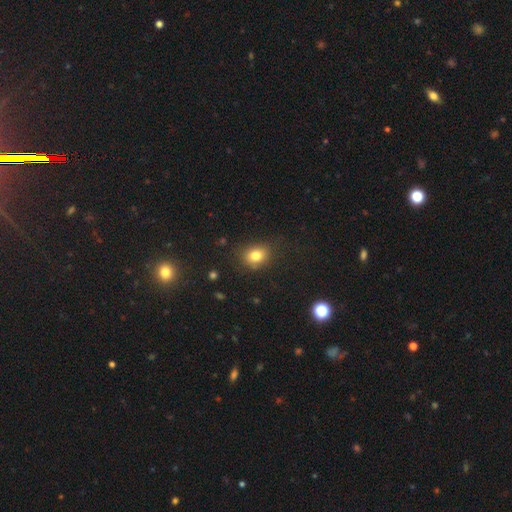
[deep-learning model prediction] A smooth galaxy with no disk features (80%) that is round (52%).

Vote fractions:
- Smooth or featured? smooth: 80% / star or artifact: 12% / featured or disk: 8%
- How rounded? round: 52% / in between: 47% / cigar-shaped: 1%
- Merging? none: 78% / minor disturbance: 16% / major disturbance: 5% / merger: 2%